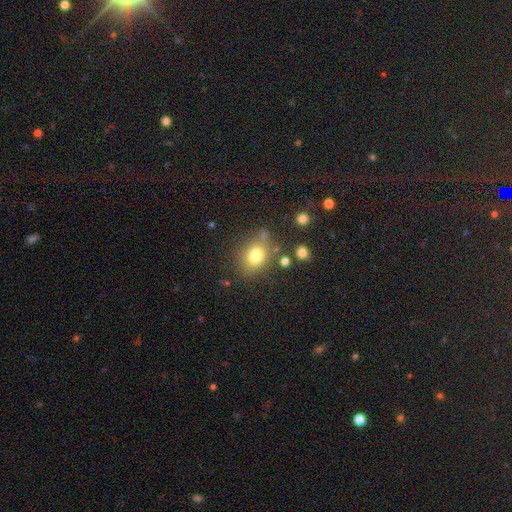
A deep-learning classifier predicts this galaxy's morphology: smooth_or_featured: smooth (p=0.77) [alt: star or artifact p=0.13]
how_rounded: round (p=0.56) [alt: in between p=0.43]
merging: none (p=0.73) [alt: minor disturbance p=0.14]